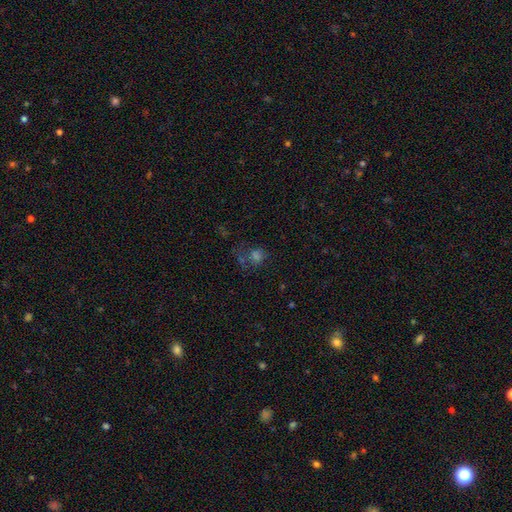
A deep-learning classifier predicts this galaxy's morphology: A smooth galaxy with no disk features (48%).

Vote fractions:
- Smooth or featured? smooth: 48% / star or artifact: 37% / featured or disk: 15%
- Merging? none: 46% / major disturbance: 21% / merger: 17% / minor disturbance: 16%